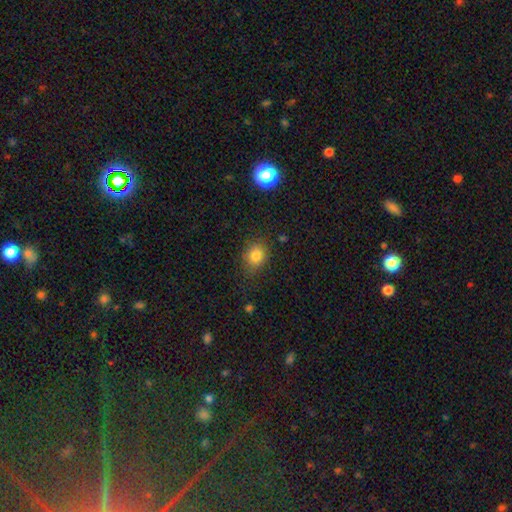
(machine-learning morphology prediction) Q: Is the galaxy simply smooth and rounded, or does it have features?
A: smooth — 81%.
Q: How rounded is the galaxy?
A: round — 59%.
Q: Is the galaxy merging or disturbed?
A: none — 78%.